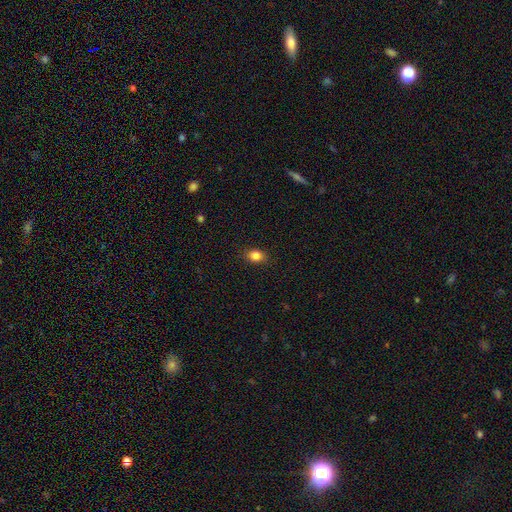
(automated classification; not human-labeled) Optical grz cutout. It shows a smooth galaxy with no disk features (84%) that is in between round and cigar-shaped (65%). Merging: none (87%).